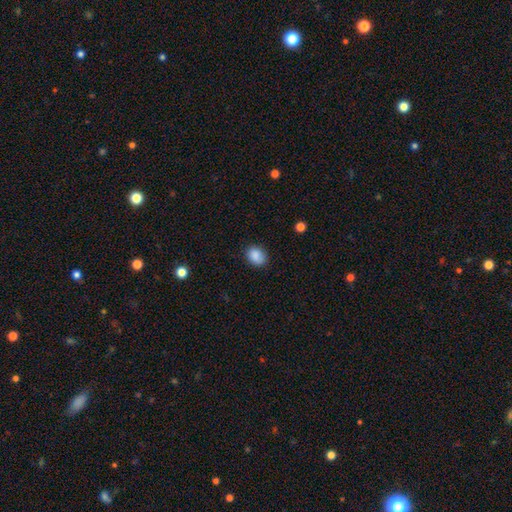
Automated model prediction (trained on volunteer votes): This is clearly a smooth galaxy (87%). How rounded: possibly in between (58%). Merging: likely none (79%).